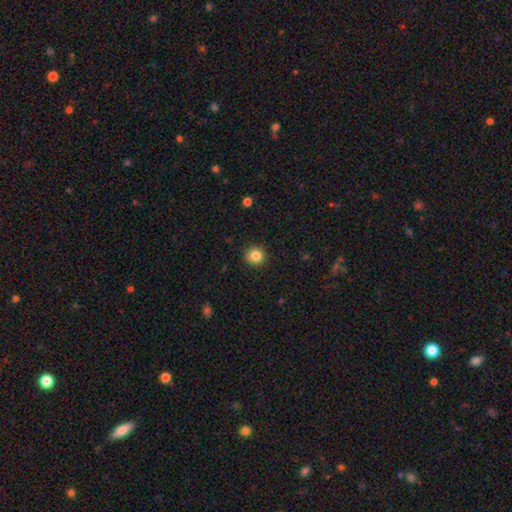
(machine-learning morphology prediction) A smooth galaxy with no disk features (84%) that is round (92%). Merging: none (90%).